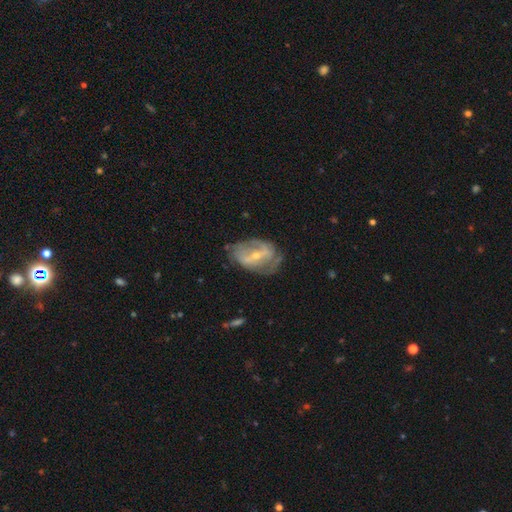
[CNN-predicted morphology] The model was most divided on "spiral winding": medium: 41%, tight: 33%, loose: 25%. More confident: edge-on disk — no (94%); smooth or featured — featured or disk (78%); spiral arms — yes (72%); bulge size — small (61%); spiral arm count — 2 (60%); merging — none (58%); bar — strong (50%).